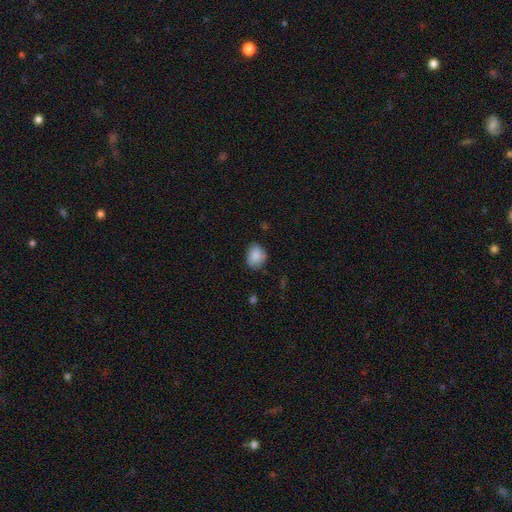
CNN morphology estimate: Smooth or featured? Predicted: smooth (p=0.87). How rounded? Predicted: in between (p=0.57). Merging? Predicted: none (p=0.73).